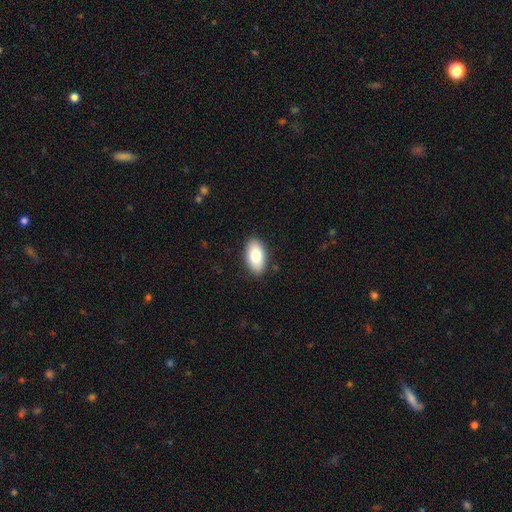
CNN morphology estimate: This is clearly a smooth galaxy (82%). How rounded: clearly in between (94%). Merging: clearly none (88%).